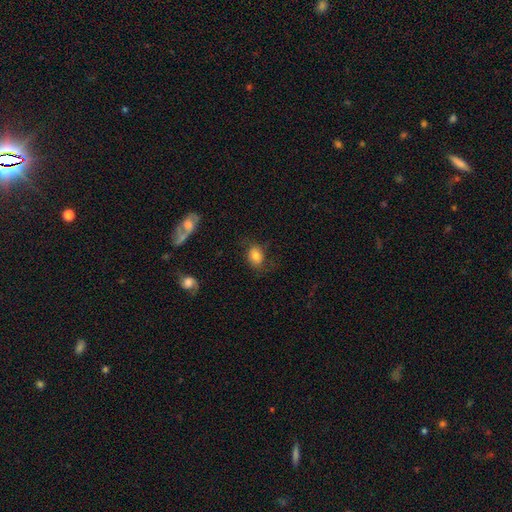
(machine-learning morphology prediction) A smooth galaxy with no disk features (78%) that is in between round and cigar-shaped (61%).

Vote fractions:
- Smooth or featured? smooth: 78% / featured or disk: 13% / star or artifact: 9%
- How rounded? in between: 61% / round: 38% / cigar-shaped: 1%
- Merging? none: 64% / minor disturbance: 21% / major disturbance: 12% / merger: 3%